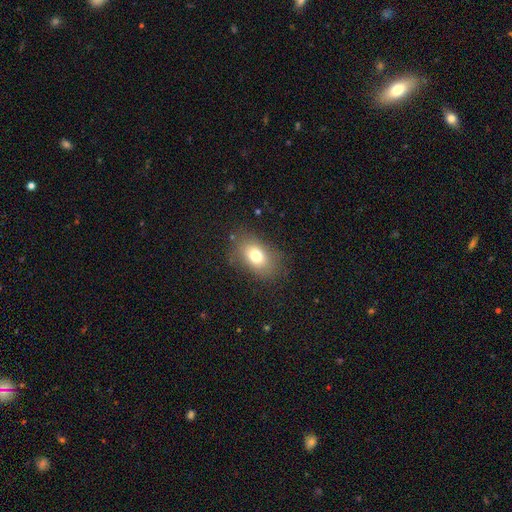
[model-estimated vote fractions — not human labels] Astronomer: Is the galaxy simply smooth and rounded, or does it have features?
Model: smooth — 74%.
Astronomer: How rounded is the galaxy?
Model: in between — 82%.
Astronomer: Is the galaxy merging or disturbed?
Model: none — 78%.